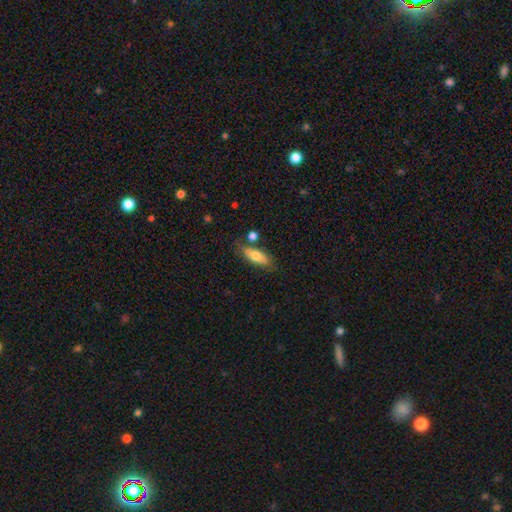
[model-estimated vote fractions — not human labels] smooth-or-featured: smooth: 72% | featured or disk: 22% | star or artifact: 7%
  how-rounded: in between: 73% | cigar-shaped: 24% | round: 3%
  merging: none: 71% | minor disturbance: 16% | merger: 9% | major disturbance: 4%